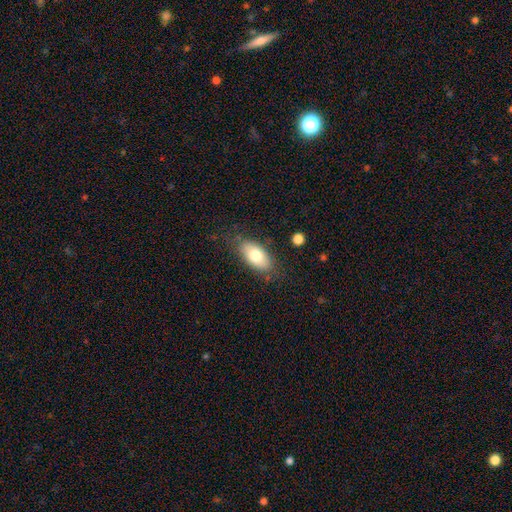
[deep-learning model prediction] This appears to be a smooth galaxy with no disk features (76%) that is in between round and cigar-shaped (92%). Merging: none (76%).